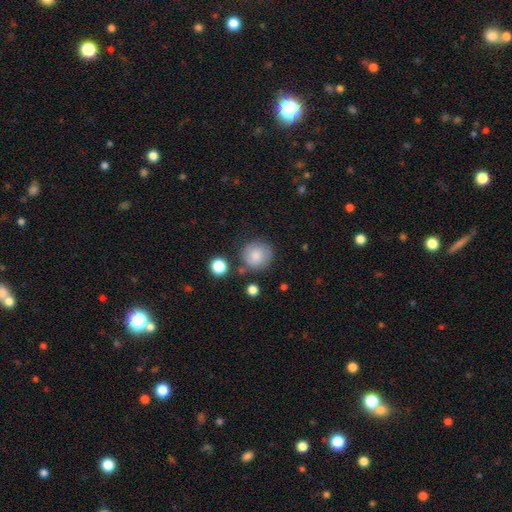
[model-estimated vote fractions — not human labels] Smooth or featured? smooth (80%)
How rounded? round (91%)
Merging? none (75%)